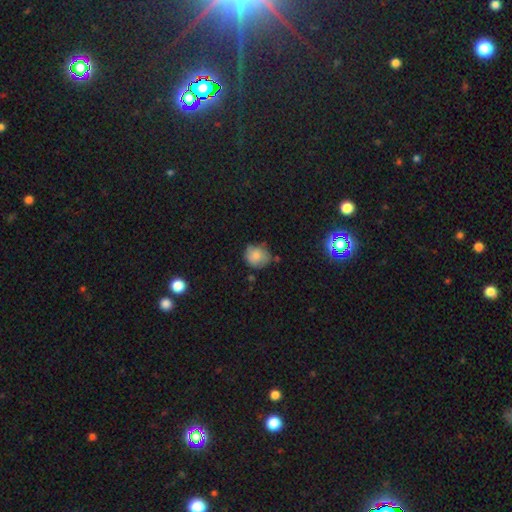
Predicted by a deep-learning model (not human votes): A smooth galaxy with no disk features (76%) that is round (83%). Merging: none (59%).